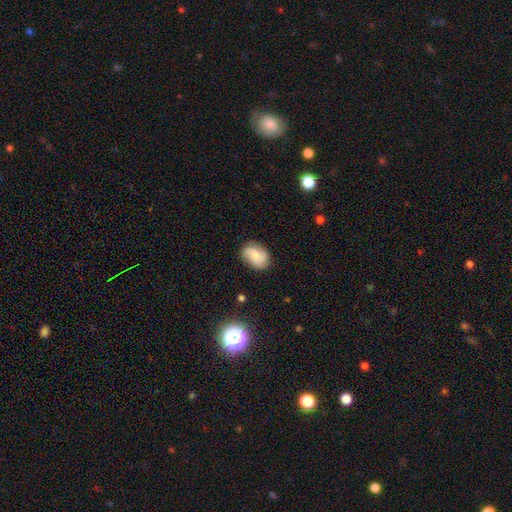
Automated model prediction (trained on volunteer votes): The model was most divided on "merging": none: 75%, minor disturbance: 19%, major disturbance: 5%, merger: 2%. More confident: how rounded — in between (78%); smooth or featured — smooth (76%).